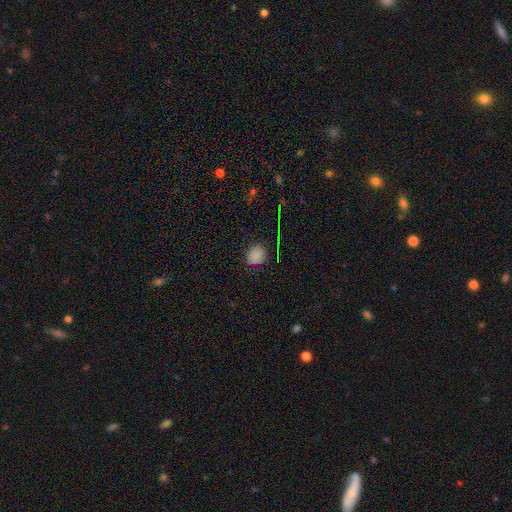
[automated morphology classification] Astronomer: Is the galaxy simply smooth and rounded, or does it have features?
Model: smooth — 77%.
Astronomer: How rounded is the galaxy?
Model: round — 78%.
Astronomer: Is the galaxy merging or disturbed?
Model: none — 83%.